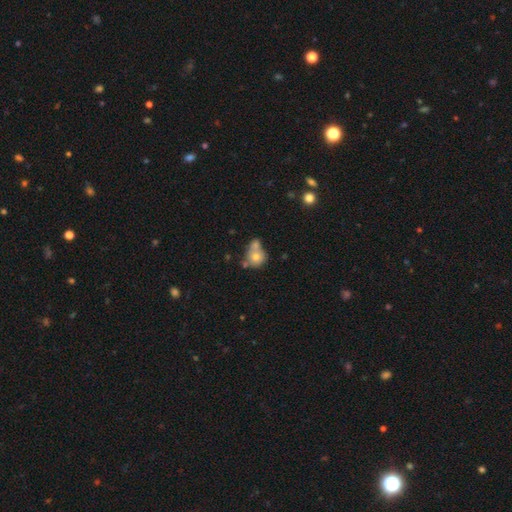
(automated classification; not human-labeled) smooth_or_featured: smooth (p=0.70) [alt: featured or disk p=0.21]
how_rounded: round (p=0.69) [alt: in between p=0.30]
merging: merger (p=0.52) [alt: none p=0.29]